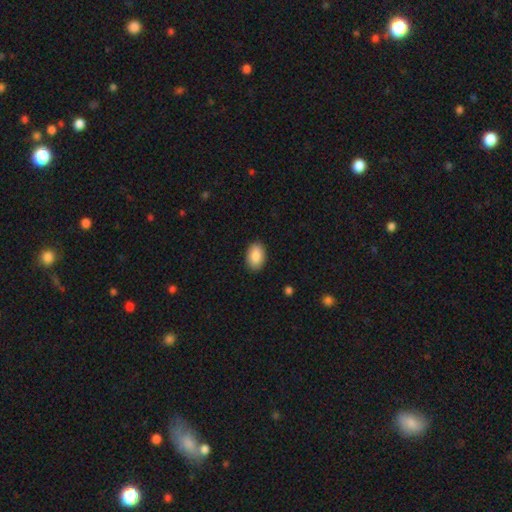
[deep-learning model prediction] smooth 89%, star or artifact 6%, featured or disk 5%. Down the decision tree: how rounded — in between (90%); merging — none (90%).